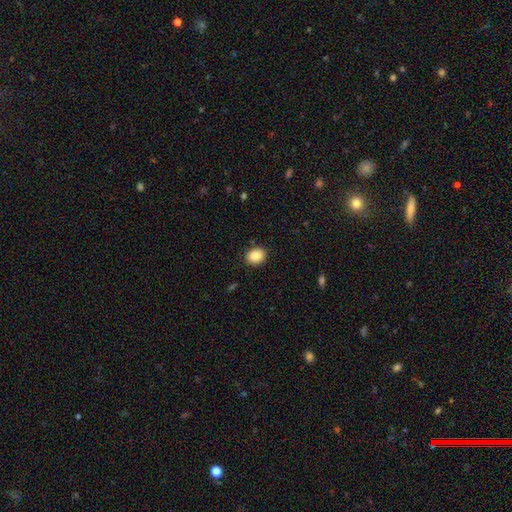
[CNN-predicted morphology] smooth 88%, star or artifact 8%, featured or disk 4%. Down the decision tree: how rounded — in between (57%); merging — none (87%).